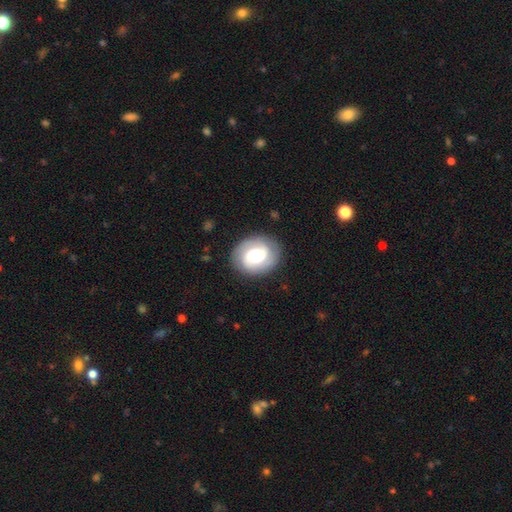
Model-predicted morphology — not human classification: smooth_or_featured: featured or disk (p=0.61) [alt: smooth p=0.32]
disk_edge_on: no (p=0.97) [alt: yes p=0.03]
bar: no (p=0.49) [alt: weak p=0.38]
has_spiral_arms: yes (p=0.85) [alt: no p=0.15]
spiral_winding: tight (p=0.42) [alt: medium p=0.41]
spiral_arm_count: 2 (p=0.76) [alt: can't tell p=0.11]
bulge_size: moderate (p=0.51) [alt: large p=0.35]
merging: none (p=0.86) [alt: minor disturbance p=0.10]